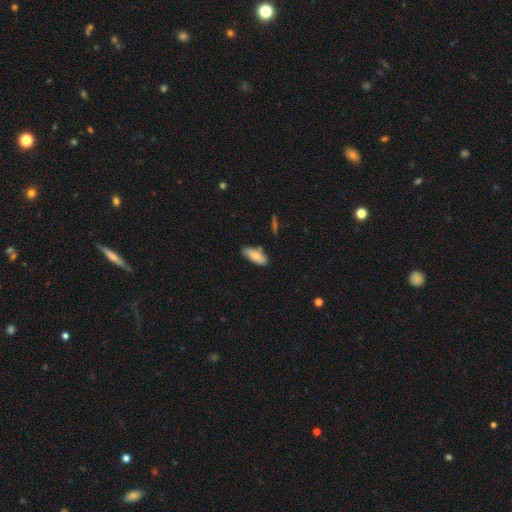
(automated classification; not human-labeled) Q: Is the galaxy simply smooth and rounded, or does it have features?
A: smooth — 81%.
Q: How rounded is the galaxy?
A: in between — 74%.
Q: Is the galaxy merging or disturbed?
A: none — 69%.